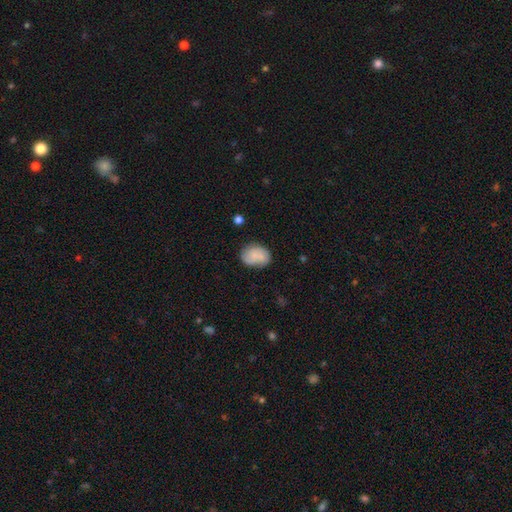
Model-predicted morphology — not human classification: A smooth galaxy with no disk features (71%) that is in between round and cigar-shaped (68%). Merging: none (66%).